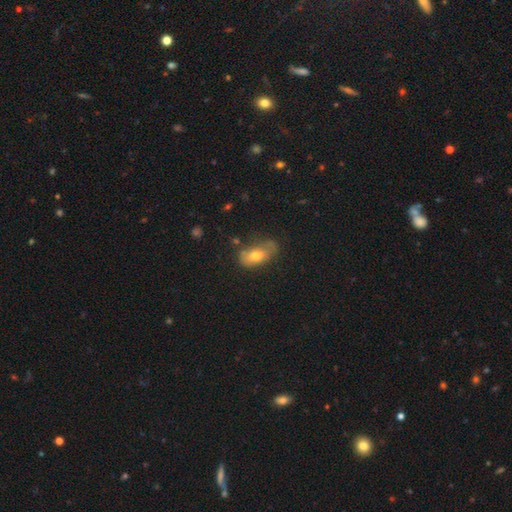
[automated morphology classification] Q: Smooth or featured?
A: smooth (68%); runner-up: featured or disk (23%)
Q: How rounded?
A: in between (87%); runner-up: round (8%)
Q: Merging?
A: none (44%); runner-up: minor disturbance (35%)